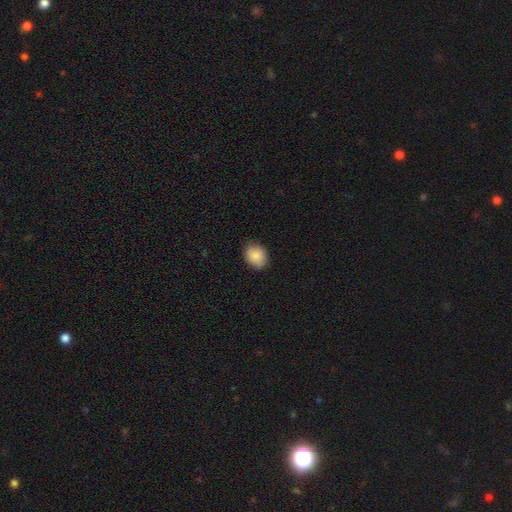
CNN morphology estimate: type=smooth (87%); roundness=in between (54%); merging=none (86%).